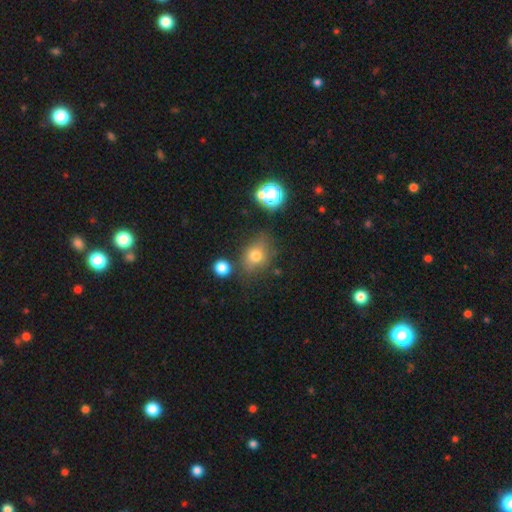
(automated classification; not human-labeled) A smooth galaxy with no disk features (68%) that is in between round and cigar-shaped (53%). Merging: none (67%).